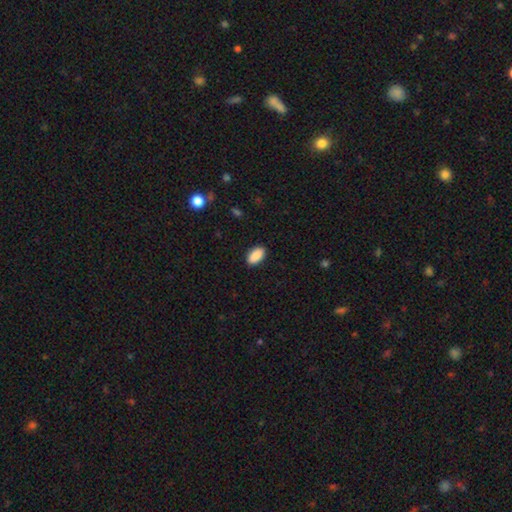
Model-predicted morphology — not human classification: Smooth or featured: smooth — 90% (star or artifact — 7%)
How rounded: in between — 93% (cigar-shaped — 4%)
Merging: none — 89% (minor disturbance — 8%)